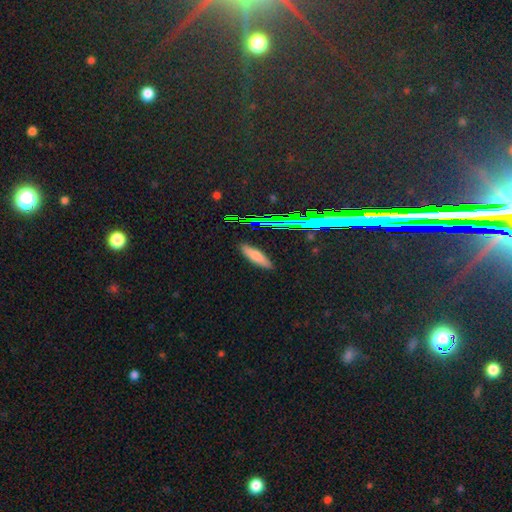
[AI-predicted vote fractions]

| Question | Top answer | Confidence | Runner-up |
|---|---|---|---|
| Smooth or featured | smooth | 72% | star or artifact (14%) |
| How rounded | cigar-shaped | 64% | in between (34%) |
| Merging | none | 88% | minor disturbance (9%) |